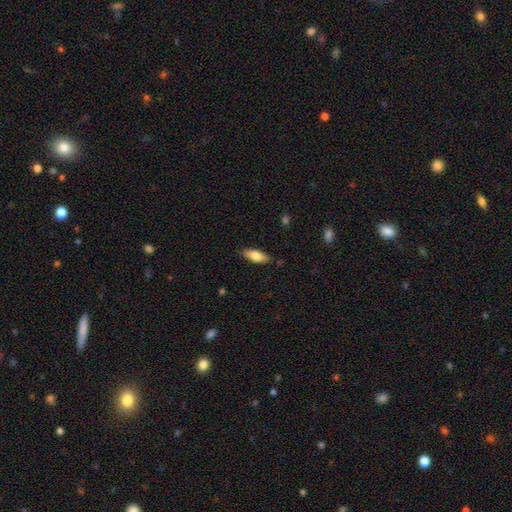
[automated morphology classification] Overall: smooth (73%). How rounded: in between (72%). Merging: none (84%).